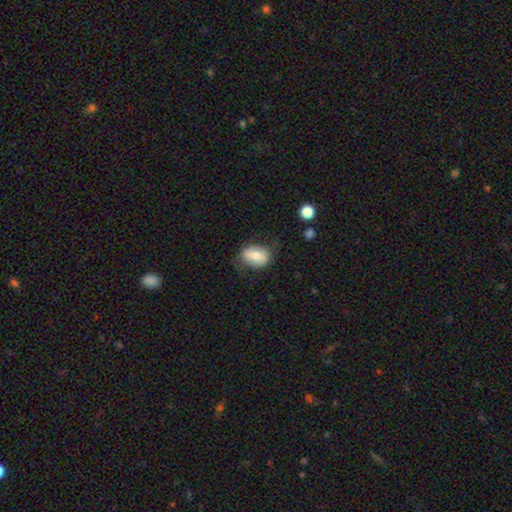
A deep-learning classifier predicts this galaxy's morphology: type=smooth (72%); roundness=in between (75%); merging=none (65%).